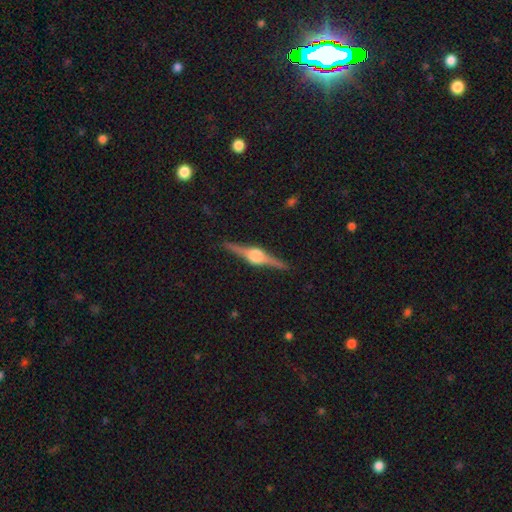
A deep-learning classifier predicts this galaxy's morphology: Q: Smooth or featured?
A: featured or disk (87%); runner-up: smooth (8%)
Q: Edge-on disk?
A: yes (98%); runner-up: no (2%)
Q: Edge-on bulge?
A: rounded (92%); runner-up: boxy (6%)
Q: Merging?
A: none (91%); runner-up: minor disturbance (7%)